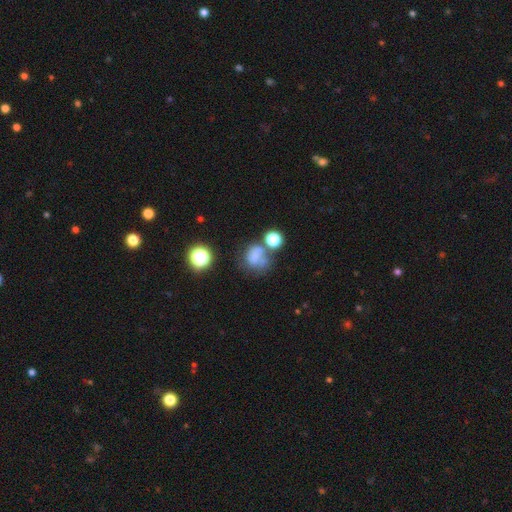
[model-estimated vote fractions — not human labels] Overall: smooth (60%; featured or disk 21%). How rounded: round (61%; in between 38%). Merging: none (32%; major disturbance 25%).